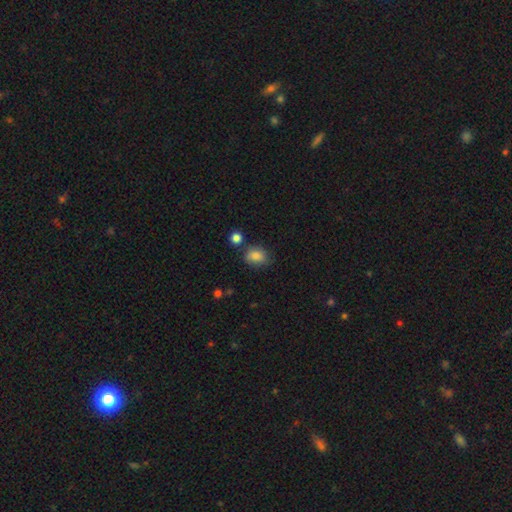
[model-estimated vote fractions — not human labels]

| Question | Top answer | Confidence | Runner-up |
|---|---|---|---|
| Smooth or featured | smooth | 84% | star or artifact (9%) |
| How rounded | in between | 60% | round (39%) |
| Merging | none | 67% | minor disturbance (21%) |